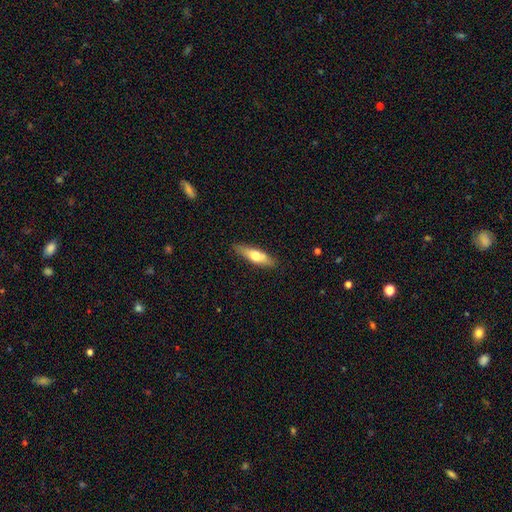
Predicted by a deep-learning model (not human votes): A smooth galaxy with no disk features (56%) that is cigar-shaped (64%). Merging: none (85%).